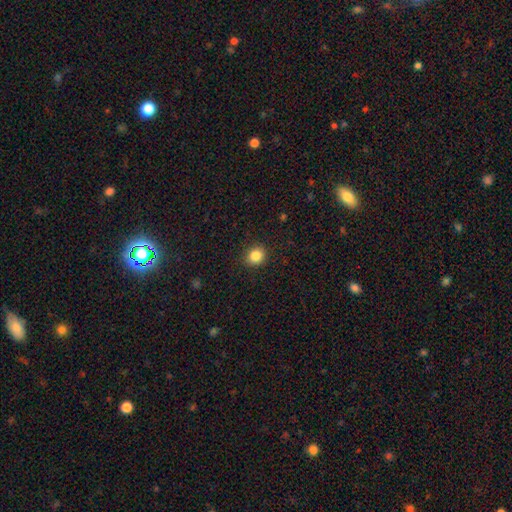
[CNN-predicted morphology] smooth 85%, star or artifact 10%, featured or disk 4%. Down the decision tree: how rounded — round (78%); merging — none (89%).